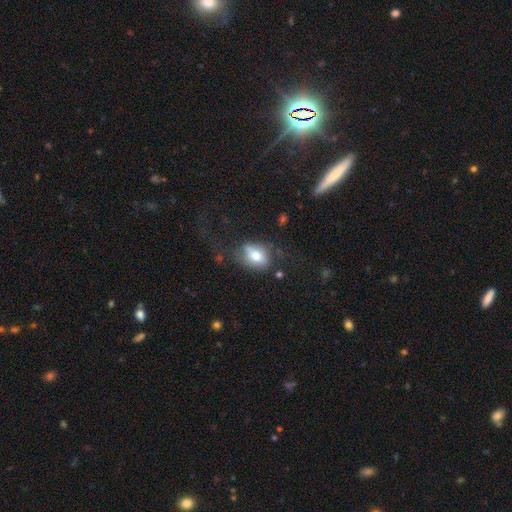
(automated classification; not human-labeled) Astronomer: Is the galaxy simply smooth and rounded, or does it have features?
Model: smooth — 67%.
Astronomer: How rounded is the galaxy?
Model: in between — 67%.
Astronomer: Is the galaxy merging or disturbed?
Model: none — 59%.